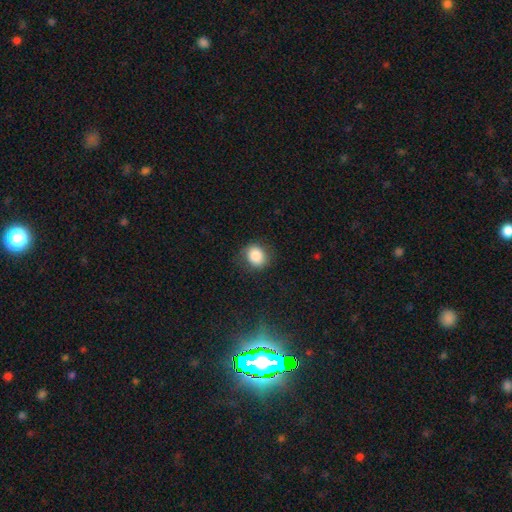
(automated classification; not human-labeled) Smooth or featured?
  - smooth: 84% *
  - star or artifact: 9%
  - featured or disk: 7%
How rounded?
  - round: 69% *
  - in between: 30%
  - cigar-shaped: 1%
Merging?
  - none: 78% *
  - minor disturbance: 15%
  - major disturbance: 5%
  - merger: 1%